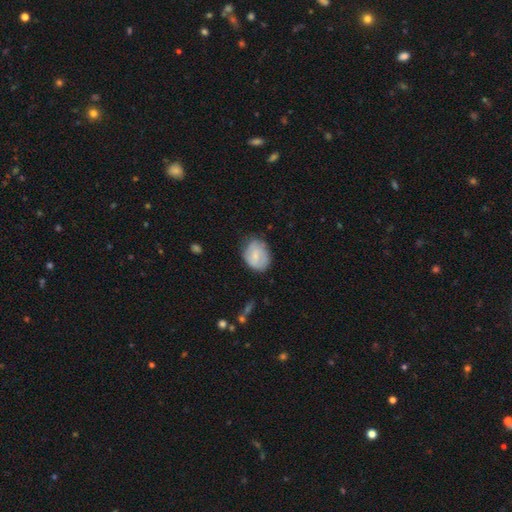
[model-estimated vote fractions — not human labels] The model was most divided on "how rounded": in between: 60%, round: 39%, cigar-shaped: 1%. More confident: smooth or featured — smooth (68%); merging — none (64%).